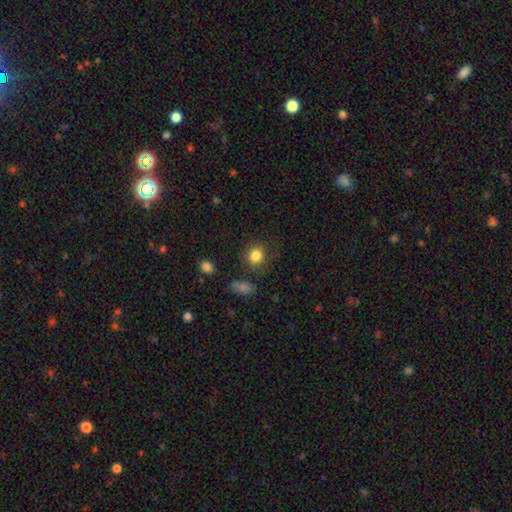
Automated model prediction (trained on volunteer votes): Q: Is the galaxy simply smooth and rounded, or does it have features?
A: smooth — 83%.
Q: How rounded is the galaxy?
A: round — 78%.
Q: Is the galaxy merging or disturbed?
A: none — 78%.